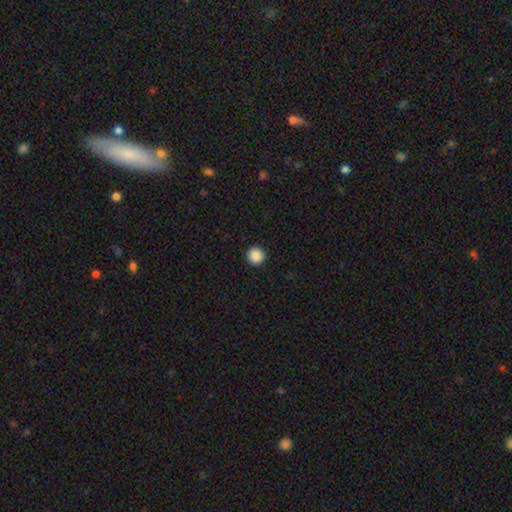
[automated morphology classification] Smooth or featured?
  - smooth: 89% *
  - star or artifact: 9%
  - featured or disk: 2%
How rounded?
  - round: 95% *
  - in between: 4%
  - cigar-shaped: 1%
Merging?
  - none: 93% *
  - minor disturbance: 4%
  - major disturbance: 2%
  - merger: 1%